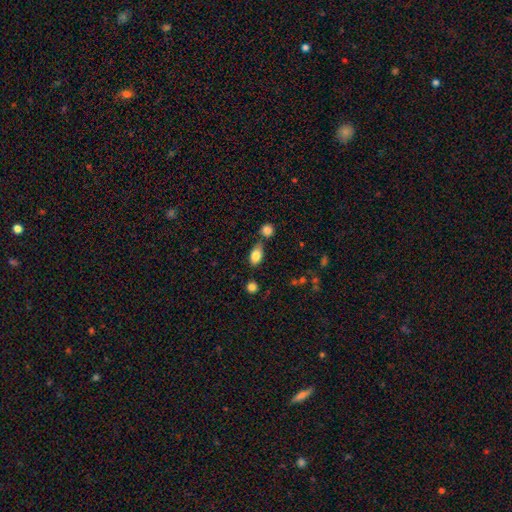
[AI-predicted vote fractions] Smooth or featured: smooth — 83% (featured or disk — 9%)
How rounded: in between — 88% (round — 8%)
Merging: none — 66% (merger — 16%)